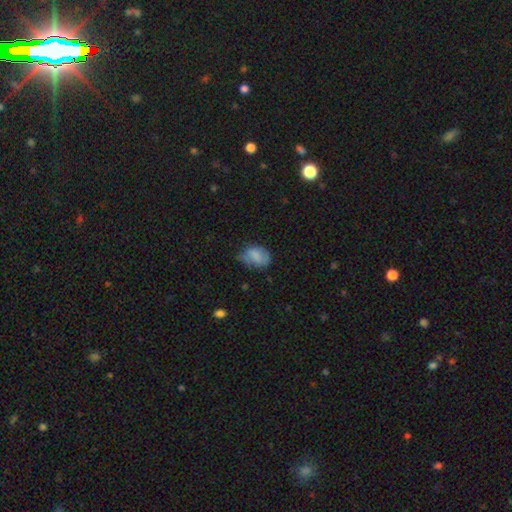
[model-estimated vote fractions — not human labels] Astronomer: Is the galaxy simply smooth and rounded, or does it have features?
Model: smooth — 75%.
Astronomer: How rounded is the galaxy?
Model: in between — 81%.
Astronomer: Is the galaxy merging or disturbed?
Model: none — 50% (runner-up: minor disturbance, 37%).